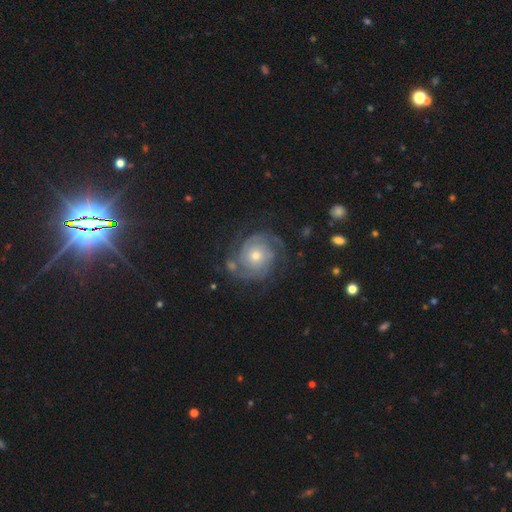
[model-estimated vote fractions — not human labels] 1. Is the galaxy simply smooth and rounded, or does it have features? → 88% featured or disk, 7% smooth, 6% star or artifact.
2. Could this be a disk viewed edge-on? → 98% no, 2% yes.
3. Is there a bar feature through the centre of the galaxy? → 79% no, 16% weak, 4% strong.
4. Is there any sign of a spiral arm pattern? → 97% yes, 3% no.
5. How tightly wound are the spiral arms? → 68% tight, 26% medium, 6% loose.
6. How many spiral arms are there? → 61% 2, 16% 3, 12% can't tell, 4% 4, 4% 1, 4% more than 4.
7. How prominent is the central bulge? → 55% moderate, 40% small, 3% large, 1% none, 1% dominant.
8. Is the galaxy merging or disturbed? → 76% none, 14% minor disturbance, 7% major disturbance, 2% merger.